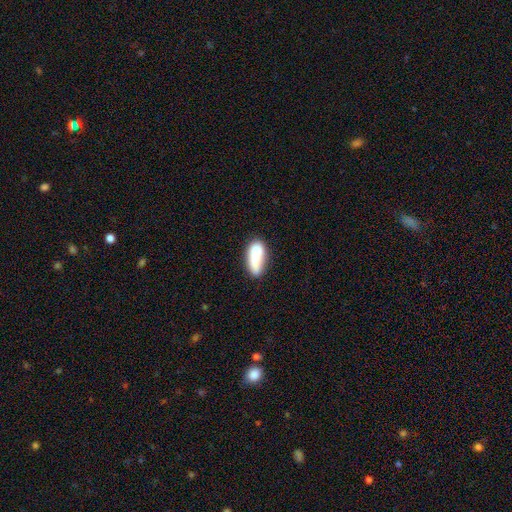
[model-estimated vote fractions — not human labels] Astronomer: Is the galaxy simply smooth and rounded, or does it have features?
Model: smooth — 80%.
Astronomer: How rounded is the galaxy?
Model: in between — 68%.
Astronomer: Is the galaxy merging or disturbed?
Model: none — 60%.